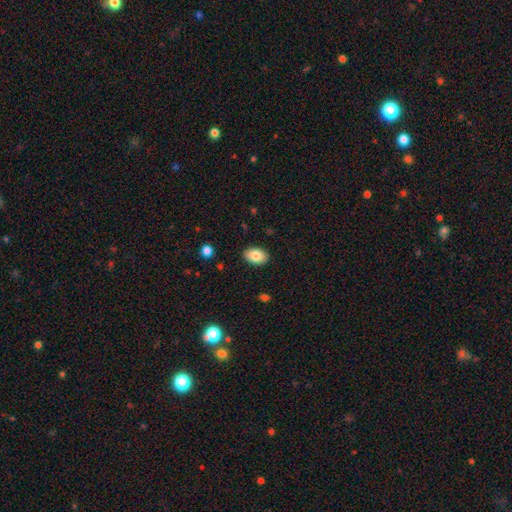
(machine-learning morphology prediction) Q: Smooth or featured?
A: smooth (84%); runner-up: featured or disk (8%)
Q: How rounded?
A: in between (88%); runner-up: round (11%)
Q: Merging?
A: none (88%); runner-up: minor disturbance (9%)